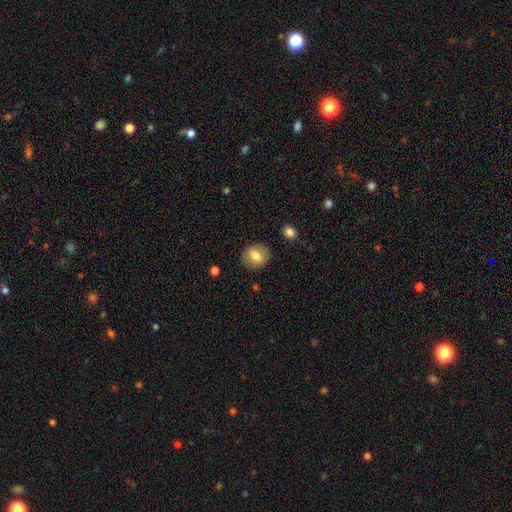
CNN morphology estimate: Smooth or featured? smooth (72%)
How rounded? round (74%)
Merging? none (86%)